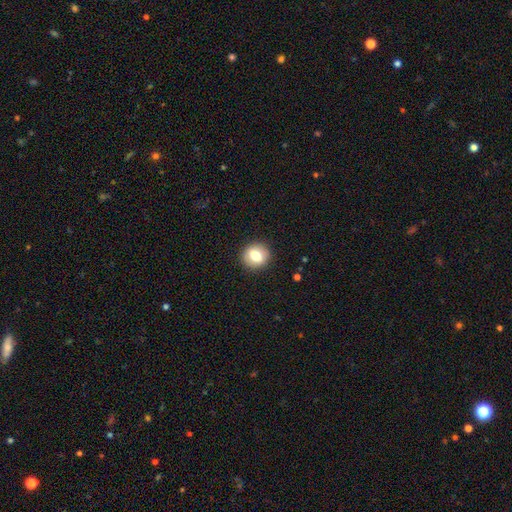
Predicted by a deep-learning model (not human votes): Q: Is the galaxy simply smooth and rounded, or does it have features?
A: smooth — 73%.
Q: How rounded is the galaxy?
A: round — 82%.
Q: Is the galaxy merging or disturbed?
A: none — 90%.